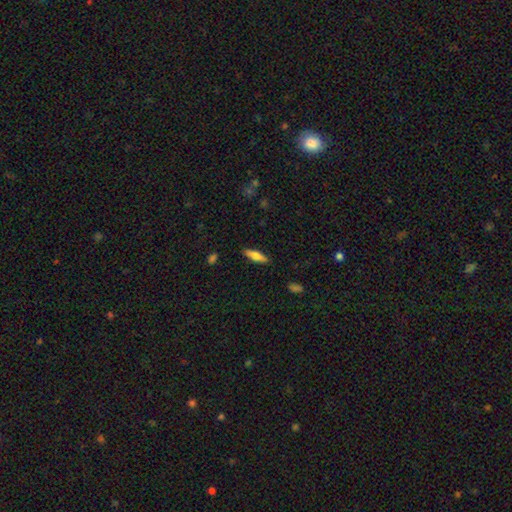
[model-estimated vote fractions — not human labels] A smooth galaxy with no disk features (62%) that is cigar-shaped (62%).

Vote fractions:
- Smooth or featured? smooth: 62% / featured or disk: 31% / star or artifact: 6%
- How rounded? cigar-shaped: 62% / in between: 36% / round: 2%
- Merging? none: 88% / minor disturbance: 9% / major disturbance: 2% / merger: 1%